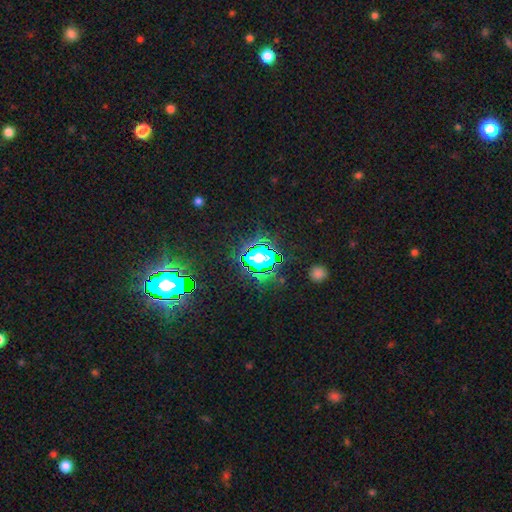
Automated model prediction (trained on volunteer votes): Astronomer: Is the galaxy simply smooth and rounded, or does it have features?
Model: star or artifact — 70%.